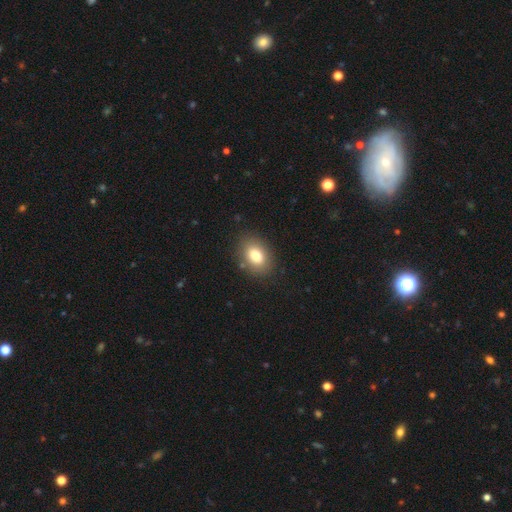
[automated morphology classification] smooth_or_featured: smooth (p=0.80) [alt: featured or disk p=0.11]
how_rounded: in between (p=0.80) [alt: round p=0.19]
merging: none (p=0.85) [alt: minor disturbance p=0.10]